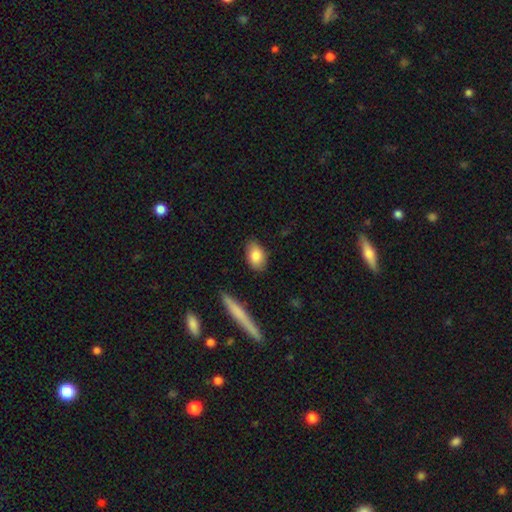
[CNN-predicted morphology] Smooth or featured? Predicted: smooth (p=0.83). How rounded? Predicted: in between (p=0.87). Merging? Predicted: none (p=0.83).